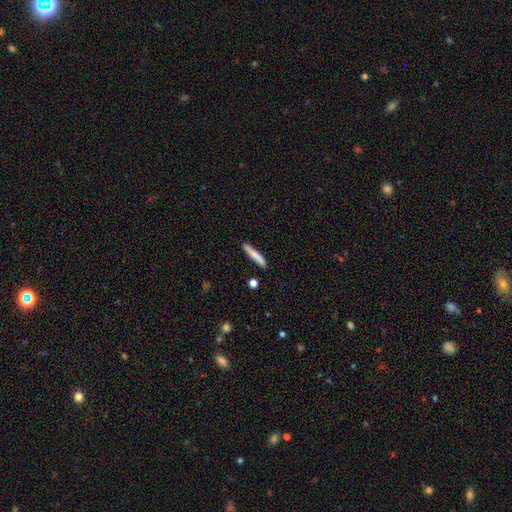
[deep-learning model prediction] A smooth galaxy with no disk features (76%) that is cigar-shaped (93%). Merging: none (84%).